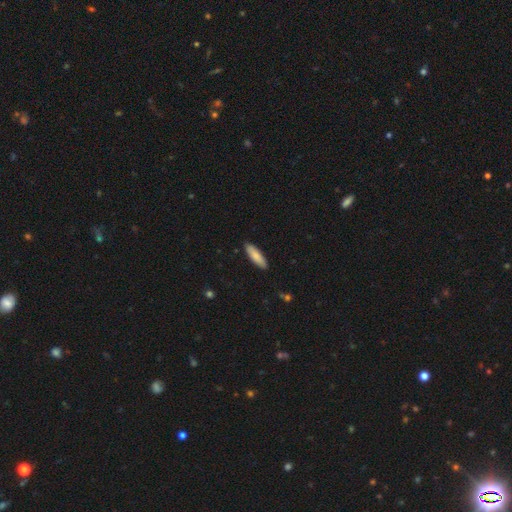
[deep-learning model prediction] A smooth galaxy with no disk features (84%) that is cigar-shaped (60%).

Vote fractions:
- Smooth or featured? smooth: 84% / featured or disk: 11% / star or artifact: 5%
- How rounded? cigar-shaped: 60% / in between: 38% / round: 1%
- Merging? none: 89% / minor disturbance: 8% / major disturbance: 2% / merger: 1%